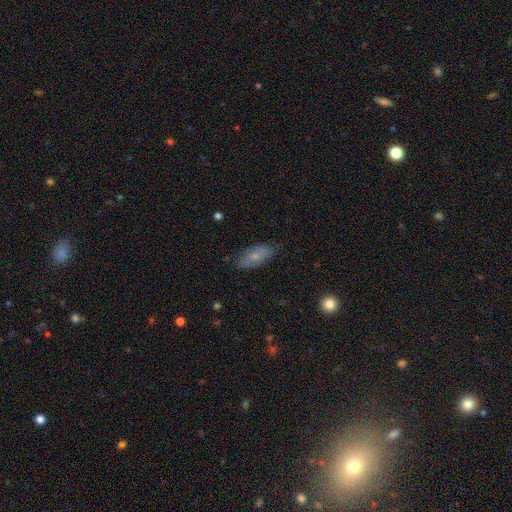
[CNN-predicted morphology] A smooth galaxy with no disk features (62%) that is in between round and cigar-shaped (85%).

Vote fractions:
- Smooth or featured? smooth: 62% / featured or disk: 31% / star or artifact: 7%
- How rounded? in between: 85% / cigar-shaped: 12% / round: 3%
- Merging? none: 74% / minor disturbance: 21% / major disturbance: 4% / merger: 1%